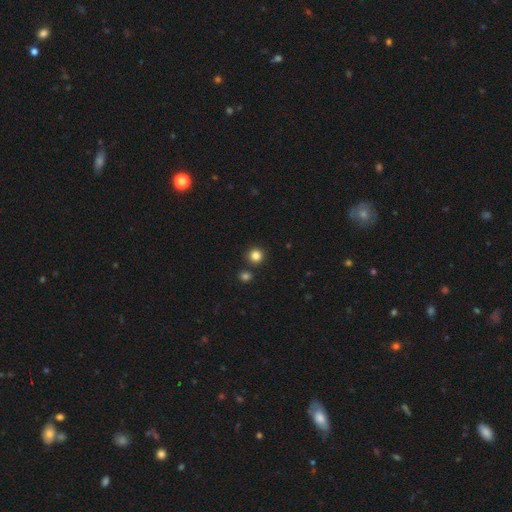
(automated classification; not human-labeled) A smooth galaxy with no disk features (84%) that is round (94%). Merging: none (85%).